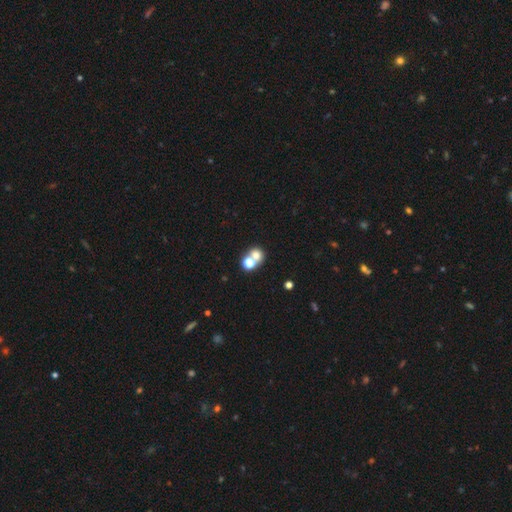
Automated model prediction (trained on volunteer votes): Morphology: type=smooth (69%); roundness=round (72%); merging=merger (51%).